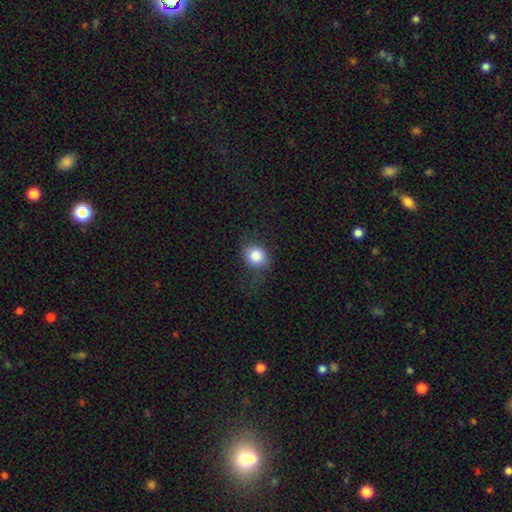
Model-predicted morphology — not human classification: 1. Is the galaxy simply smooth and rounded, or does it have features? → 81% smooth, 9% featured or disk, 9% star or artifact.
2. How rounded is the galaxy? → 67% round, 32% in between, 1% cigar-shaped.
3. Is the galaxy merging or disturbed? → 63% none, 22% minor disturbance, 13% major disturbance, 1% merger.